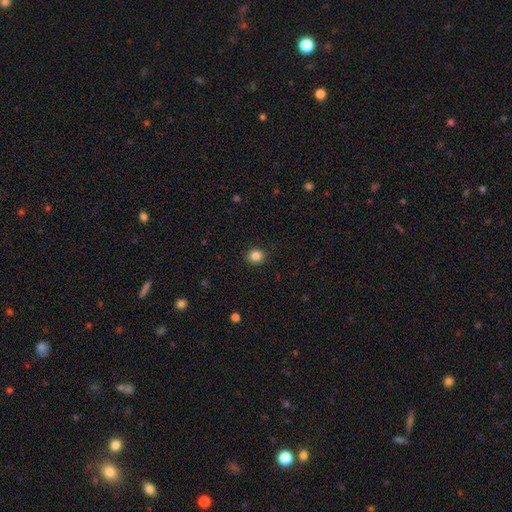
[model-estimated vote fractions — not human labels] A smooth galaxy with no disk features (86%) that is round (81%).

Vote fractions:
- Smooth or featured? smooth: 86% / star or artifact: 11% / featured or disk: 4%
- How rounded? round: 81% / in between: 18% / cigar-shaped: 1%
- Merging? none: 91% / minor disturbance: 6% / major disturbance: 2% / merger: 1%